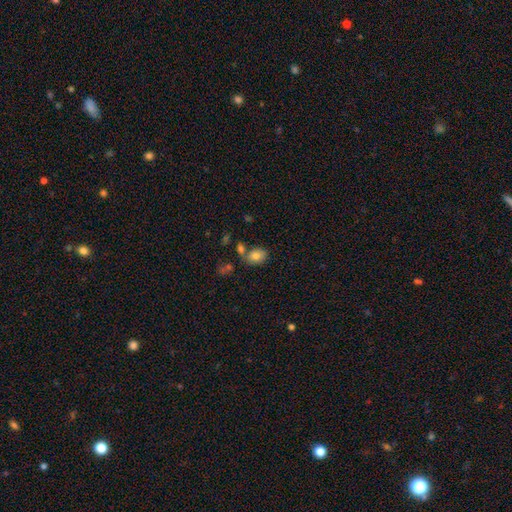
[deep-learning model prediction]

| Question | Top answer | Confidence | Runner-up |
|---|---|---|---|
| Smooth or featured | smooth | 80% | featured or disk (10%) |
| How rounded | in between | 69% | round (30%) |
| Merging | none | 63% | merger (18%) |